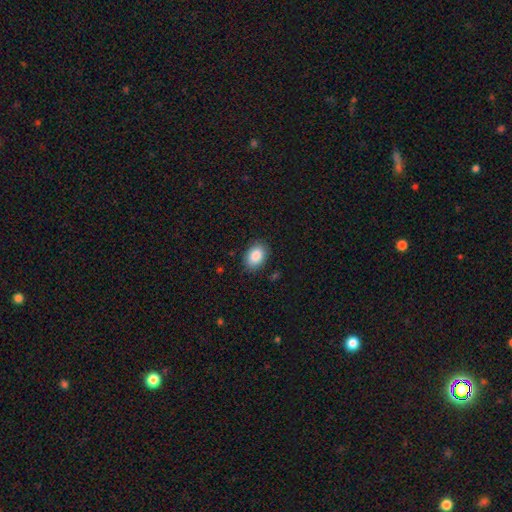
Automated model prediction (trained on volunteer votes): The model was most divided on "how rounded": in between: 80%, round: 19%, cigar-shaped: 1%. More confident: smooth or featured — smooth (87%); merging — none (86%).